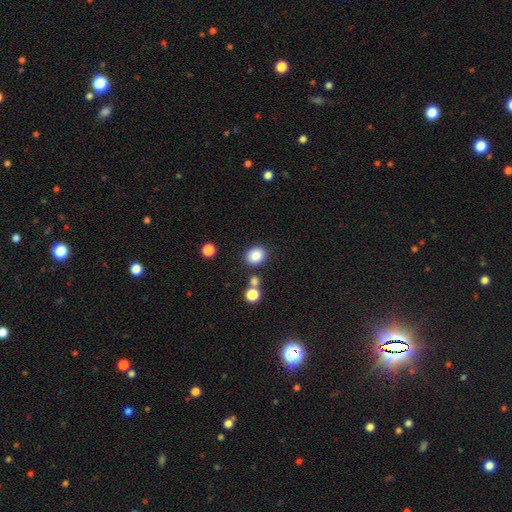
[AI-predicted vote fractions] smooth_or_featured: smooth (p=0.86) [alt: star or artifact p=0.10]
how_rounded: round (p=0.56) [alt: in between p=0.43]
merging: none (p=0.82) [alt: minor disturbance p=0.09]